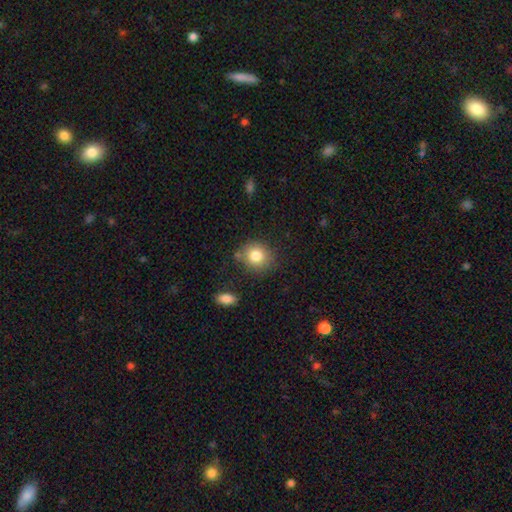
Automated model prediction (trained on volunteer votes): Overall: smooth (81%). How rounded: round (77%). Merging: none (77%).